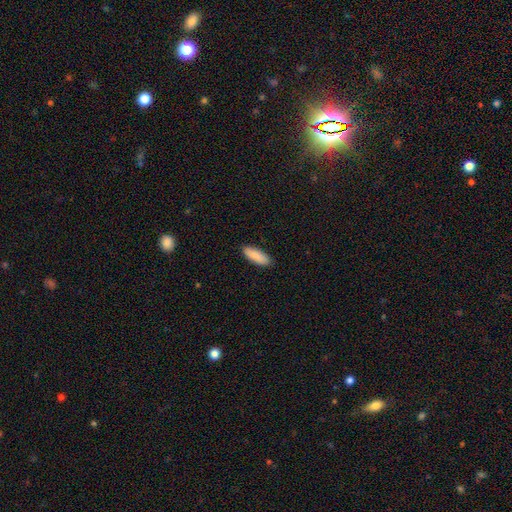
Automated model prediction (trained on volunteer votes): Overall: smooth (89%). How rounded: in between (67%; cigar-shaped 32%). Merging: none (89%).